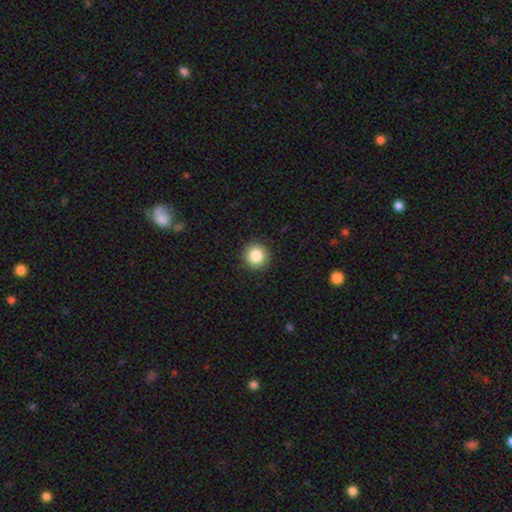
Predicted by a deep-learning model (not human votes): Morphology: type=smooth (86%); roundness=round (95%); merging=none (92%).